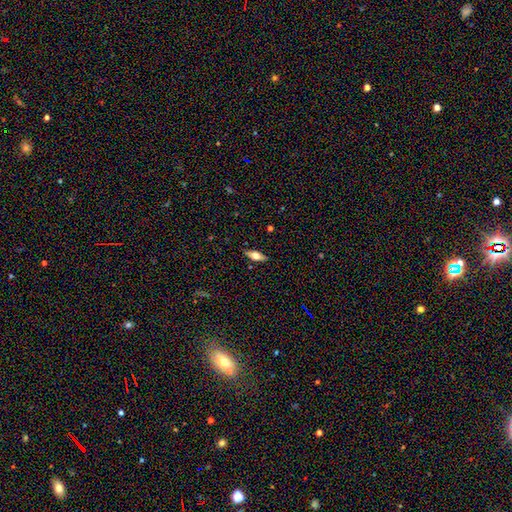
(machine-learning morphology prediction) Smooth or featured? Predicted: smooth (p=0.52). How rounded? Predicted: in between (p=0.68). Merging? Predicted: none (p=0.88).